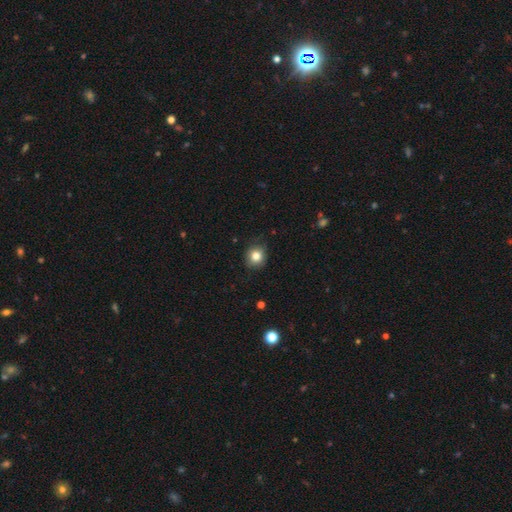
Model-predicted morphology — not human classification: A smooth galaxy with no disk features (81%) that is round (81%).

Vote fractions:
- Smooth or featured? smooth: 81% / star or artifact: 11% / featured or disk: 8%
- How rounded? round: 81% / in between: 18% / cigar-shaped: 1%
- Merging? none: 80% / minor disturbance: 16% / major disturbance: 3% / merger: 1%